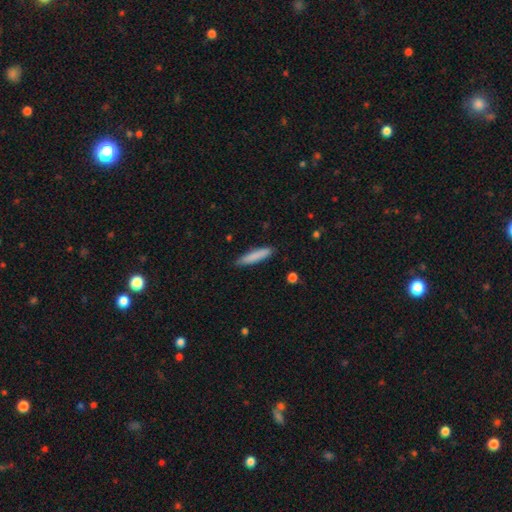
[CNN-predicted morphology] smooth 84%, featured or disk 10%, star or artifact 6%. Down the decision tree: how rounded — cigar-shaped (86%); merging — none (85%).